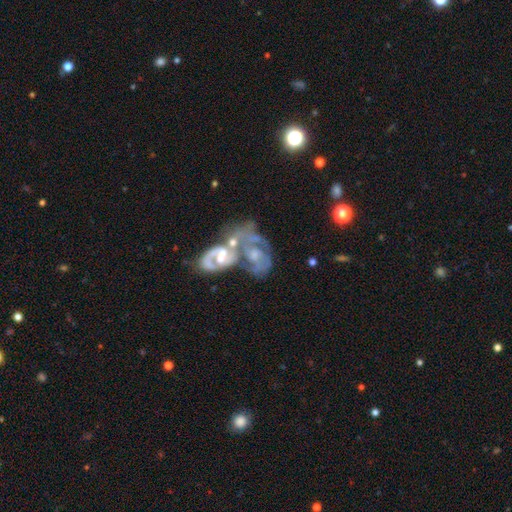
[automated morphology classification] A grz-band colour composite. It shows a featured or disk galaxy (73%) with no bar (64%), spiral arms (61%) and a moderate central bulge (43%). Merging: merger (65%).